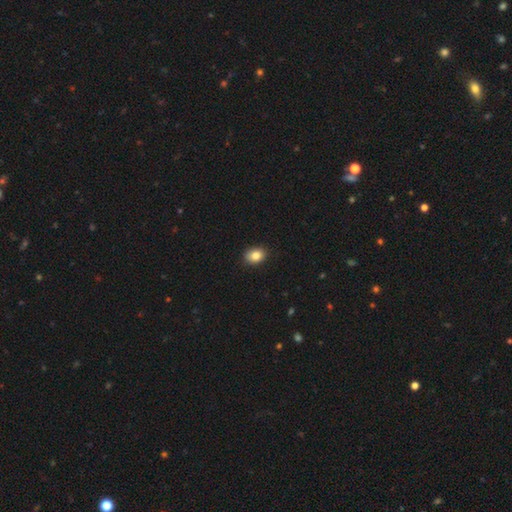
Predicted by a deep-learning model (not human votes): Smooth or featured? Predicted: smooth (p=0.84). How rounded? Predicted: in between (p=0.64). Merging? Predicted: none (p=0.90).